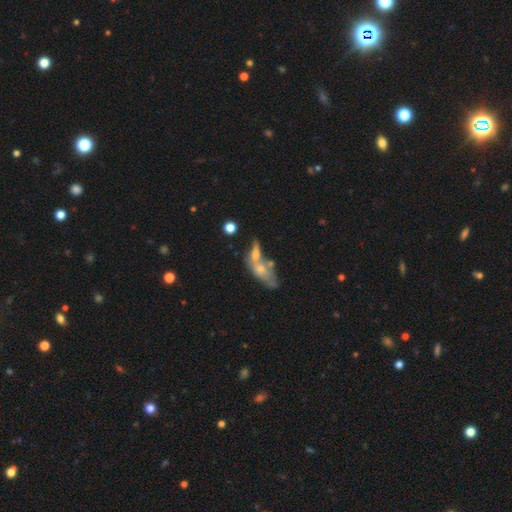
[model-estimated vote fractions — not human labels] Smooth or featured? featured or disk (44%, tied with smooth)
Merging? merger (48%)